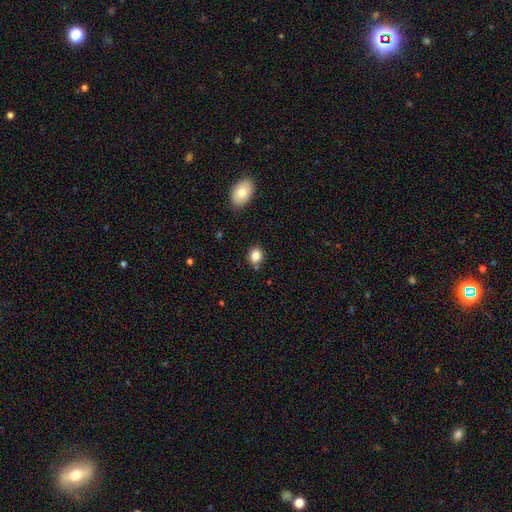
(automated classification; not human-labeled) smooth 84%, star or artifact 10%, featured or disk 6%. Down the decision tree: how rounded — round (65%); merging — none (80%).